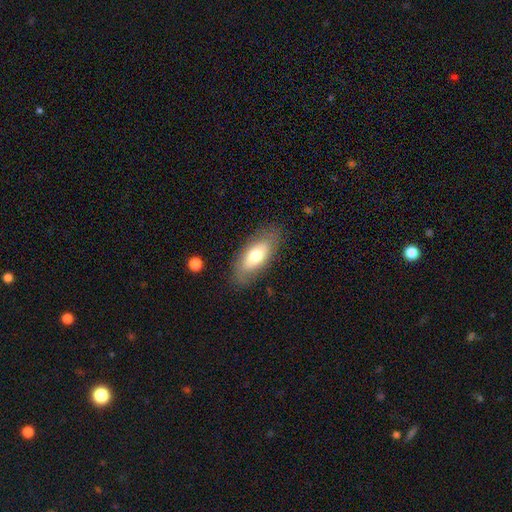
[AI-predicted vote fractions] smooth 65%, featured or disk 29%, star or artifact 7%. Down the decision tree: how rounded — in between (85%); merging — none (80%).